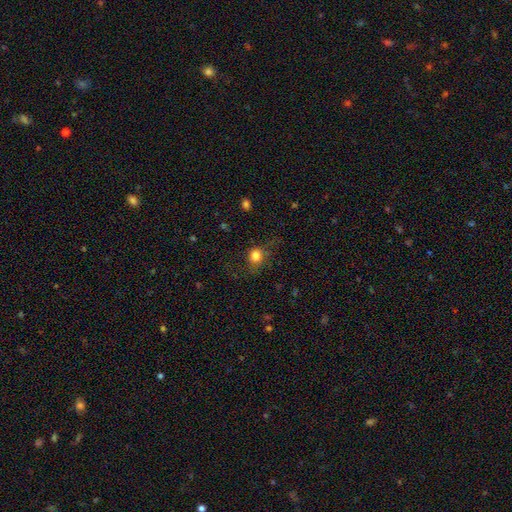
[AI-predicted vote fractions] smooth_or_featured: smooth (p=0.80) [alt: star or artifact p=0.12]
how_rounded: round (p=0.78) [alt: in between p=0.21]
merging: none (p=0.64) [alt: minor disturbance p=0.21]